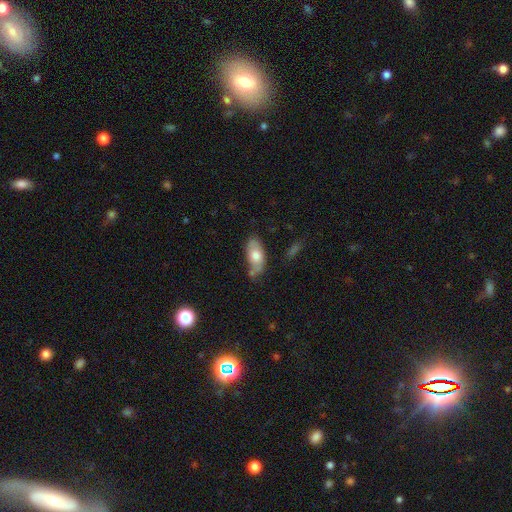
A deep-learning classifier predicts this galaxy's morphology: smooth-or-featured: smooth: 71% | featured or disk: 23% | star or artifact: 7%
  how-rounded: in between: 89% | cigar-shaped: 8% | round: 4%
  merging: none: 59% | minor disturbance: 25% | merger: 9% | major disturbance: 6%